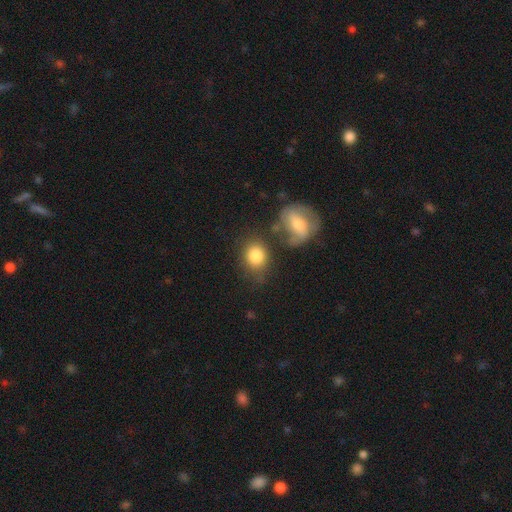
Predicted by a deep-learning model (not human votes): smooth_or_featured: smooth (p=0.83) [alt: featured or disk p=0.09]
how_rounded: round (p=0.58) [alt: in between p=0.40]
merging: none (p=0.59) [alt: minor disturbance p=0.17]